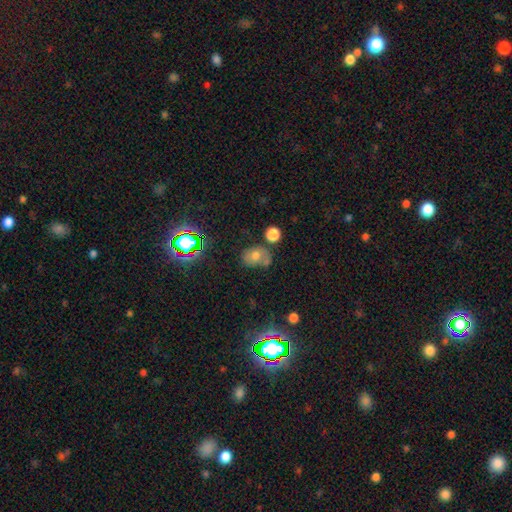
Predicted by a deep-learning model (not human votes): smooth_or_featured: smooth (p=0.54) [alt: star or artifact p=0.25]
how_rounded: in between (p=0.55) [alt: round p=0.43]
merging: none (p=0.57) [alt: minor disturbance p=0.21]